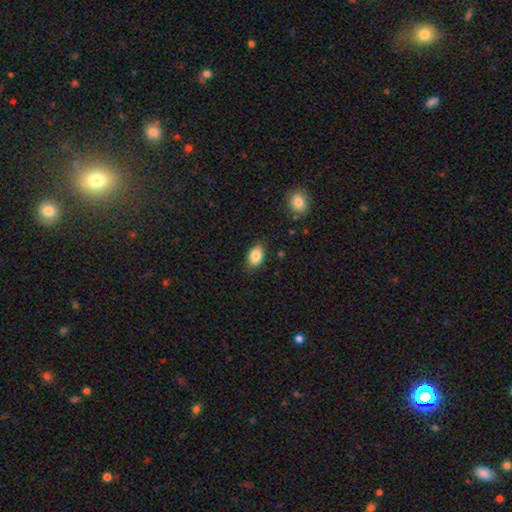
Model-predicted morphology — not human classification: Smooth or featured? Predicted: smooth (p=0.85). How rounded? Predicted: in between (p=0.85). Merging? Predicted: none (p=0.82).